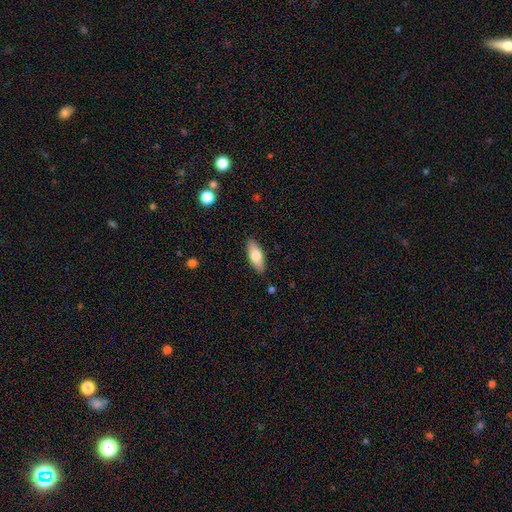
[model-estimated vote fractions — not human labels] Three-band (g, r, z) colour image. It shows a smooth galaxy with no disk features (73%) that is in between round and cigar-shaped (76%). Merging: none (87%).